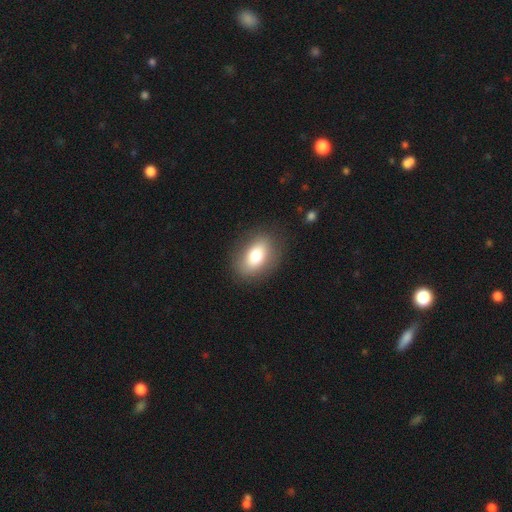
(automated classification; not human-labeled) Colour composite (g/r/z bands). It shows a smooth galaxy with no disk features (74%) that is in between round and cigar-shaped (82%). Merging: none (84%).